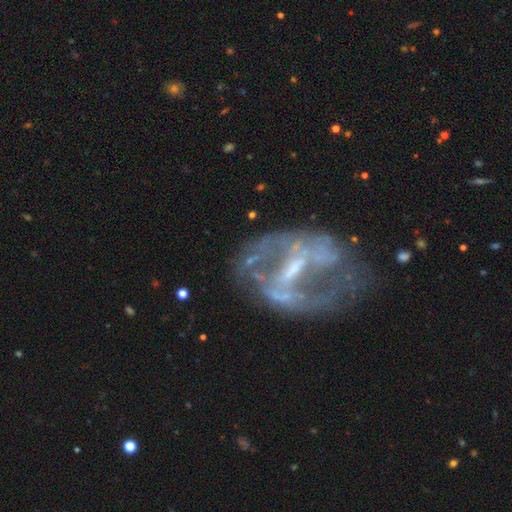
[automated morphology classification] Smooth or featured? featured or disk (81%)
Edge-on disk? no (96%)
Bar? strong (43%)
Spiral arms? yes (60%)
Bulge size? small (39%)
Merging? none (50%)